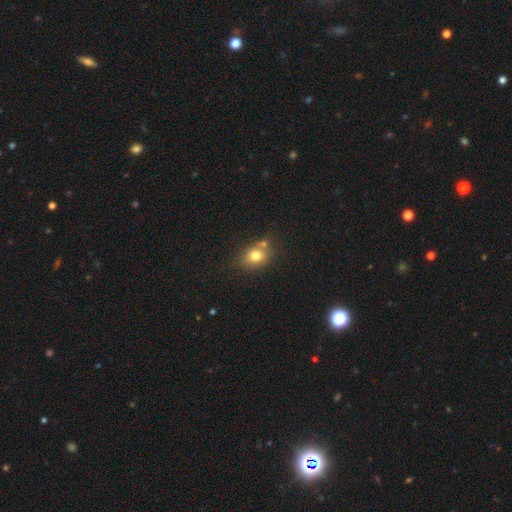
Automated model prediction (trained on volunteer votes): A smooth galaxy with no disk features (77%) that is round (54%).

Vote fractions:
- Smooth or featured? smooth: 77% / featured or disk: 12% / star or artifact: 11%
- How rounded? round: 54% / in between: 45% / cigar-shaped: 1%
- Merging? none: 58% / merger: 22% / minor disturbance: 15% / major disturbance: 4%